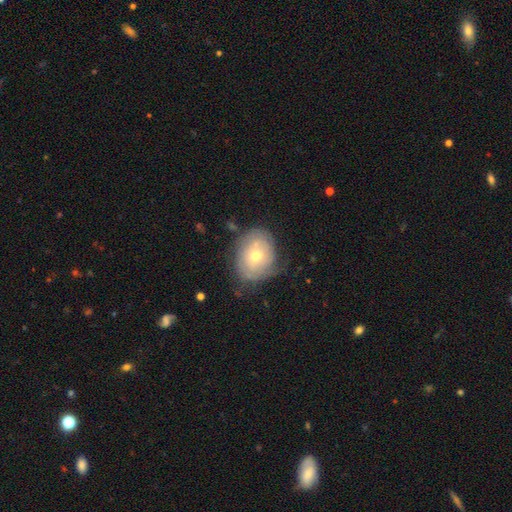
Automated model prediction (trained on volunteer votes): smooth_or_featured: featured or disk (p=0.50) [alt: smooth p=0.43]
merging: none (p=0.57) [alt: minor disturbance p=0.28]